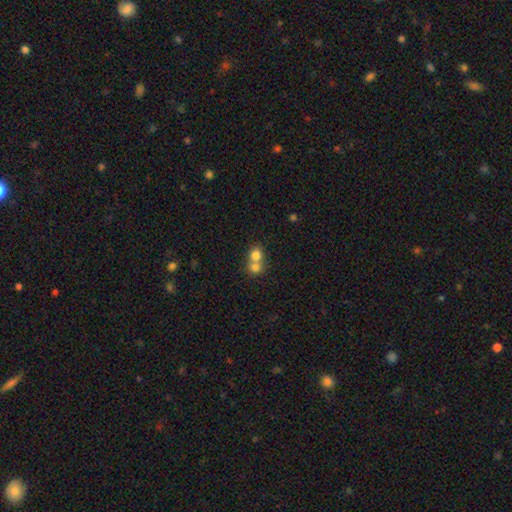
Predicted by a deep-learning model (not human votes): Smooth or featured? smooth (78%)
How rounded? round (79%)
Merging? merger (65%)